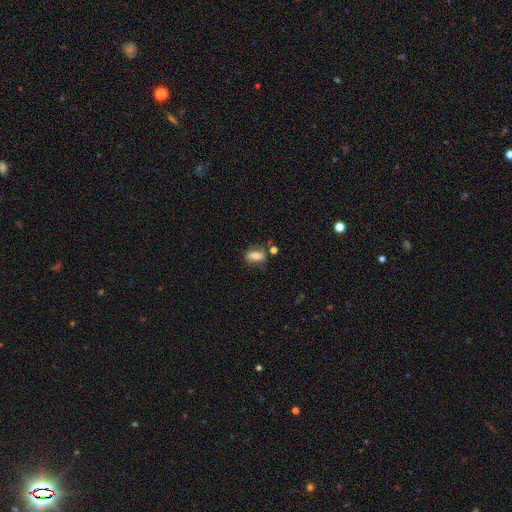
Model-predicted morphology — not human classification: A smooth galaxy with no disk features (63%) that is in between round and cigar-shaped (78%).

Vote fractions:
- Smooth or featured? smooth: 63% / featured or disk: 27% / star or artifact: 10%
- How rounded? in between: 78% / cigar-shaped: 13% / round: 9%
- Merging? none: 58% / minor disturbance: 23% / merger: 10% / major disturbance: 9%